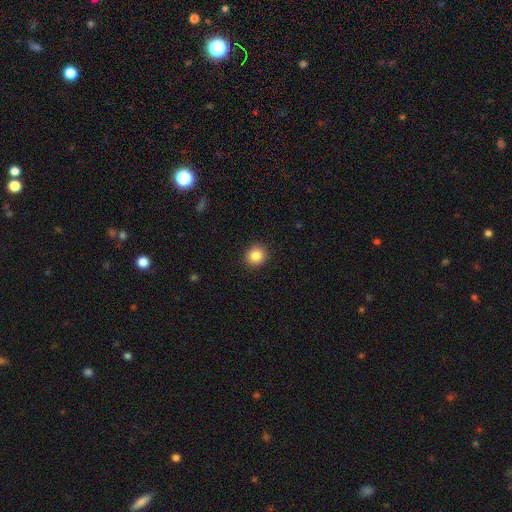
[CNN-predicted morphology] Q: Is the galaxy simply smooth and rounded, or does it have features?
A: smooth — 87%.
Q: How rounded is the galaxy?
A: round — 89%.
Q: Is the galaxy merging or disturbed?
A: none — 91%.